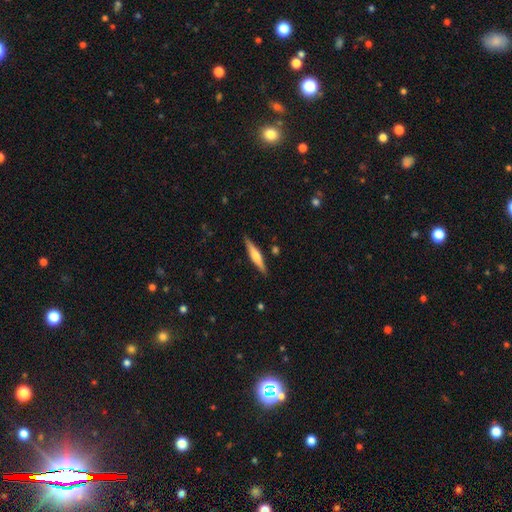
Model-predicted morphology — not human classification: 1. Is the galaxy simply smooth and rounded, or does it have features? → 55% featured or disk, 39% smooth, 6% star or artifact.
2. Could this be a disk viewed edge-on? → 96% yes, 4% no.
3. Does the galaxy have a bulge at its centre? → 81% rounded, 10% boxy, 9% none.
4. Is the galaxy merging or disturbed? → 89% none, 8% minor disturbance, 2% major disturbance, 2% merger.